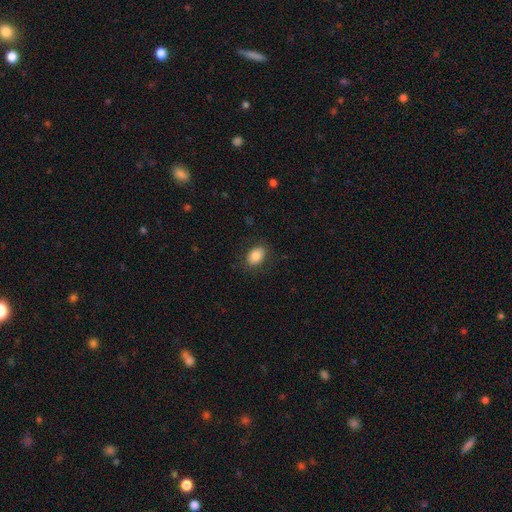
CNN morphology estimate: A smooth galaxy with no disk features (84%) that is in between round and cigar-shaped (81%). Merging: none (84%).